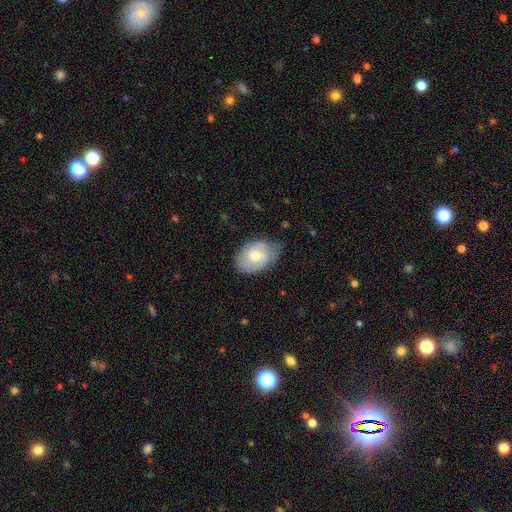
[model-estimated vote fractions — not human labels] Smooth or featured? smooth (51%)
How rounded? in between (80%)
Merging? none (63%)